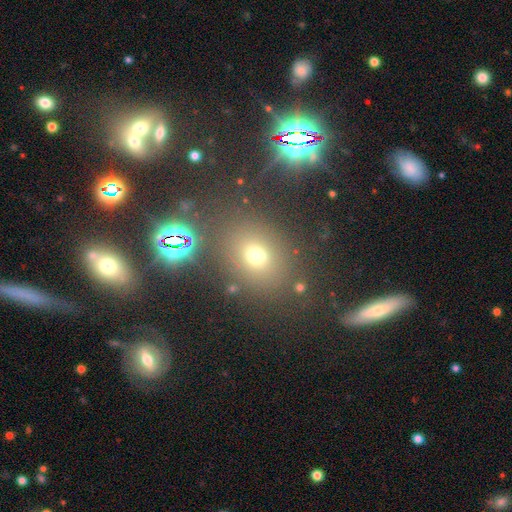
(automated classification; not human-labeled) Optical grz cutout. It shows a smooth galaxy with no disk features (60%) that is round (60%). Merging: none (78%).